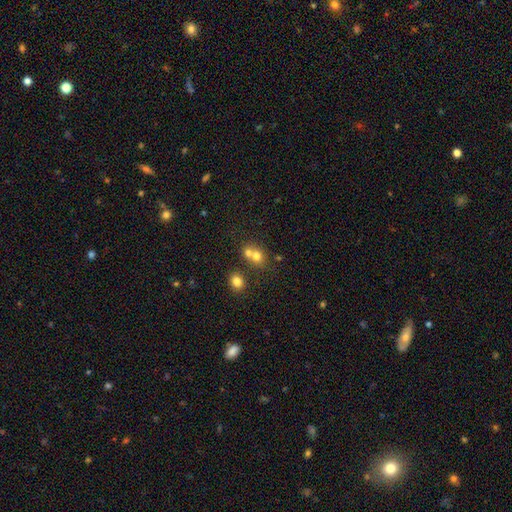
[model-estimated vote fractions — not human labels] This is likely a smooth galaxy (71%). How rounded: likely round (73%). Merging: possibly merger (51%).